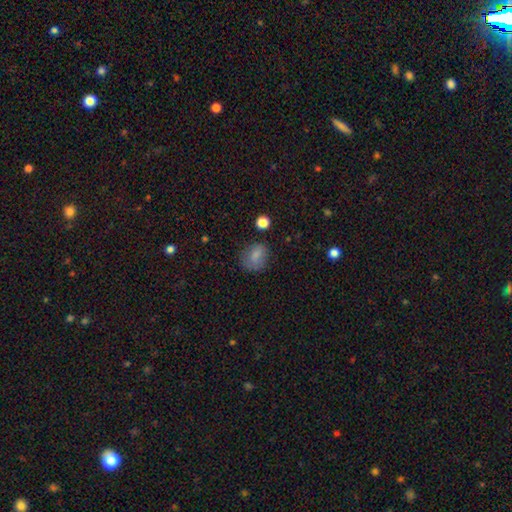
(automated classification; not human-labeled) This is likely a smooth galaxy (78%). How rounded: possibly round (53%). Merging: likely none (63%).